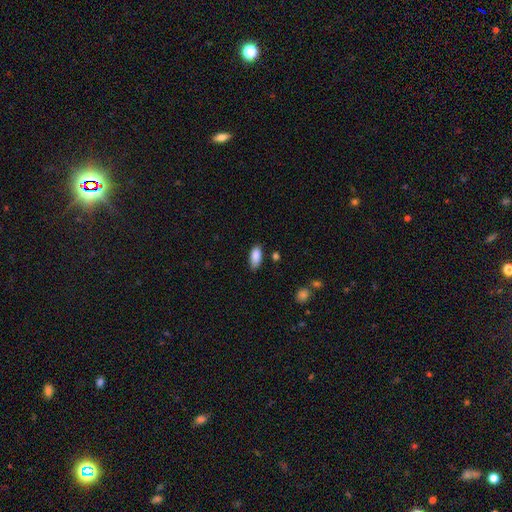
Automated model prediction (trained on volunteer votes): Smooth or featured? smooth (88%)
How rounded? in between (88%)
Merging? none (73%)